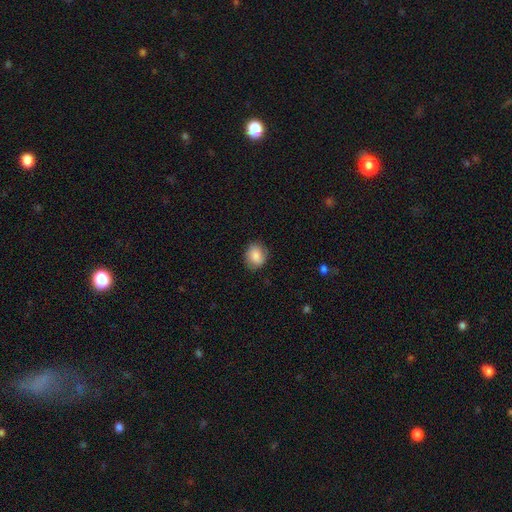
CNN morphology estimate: A smooth galaxy with no disk features (81%) that is round (62%). Merging: none (80%).